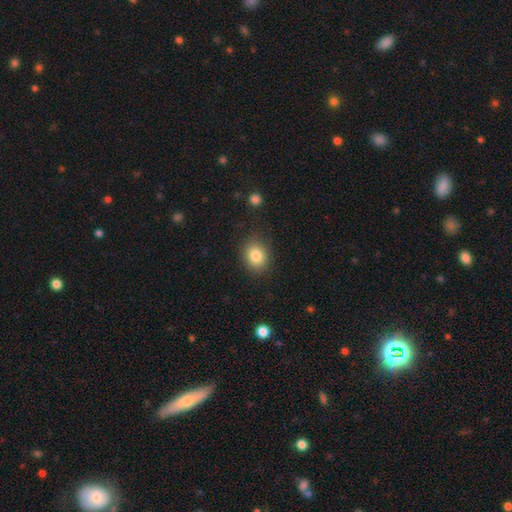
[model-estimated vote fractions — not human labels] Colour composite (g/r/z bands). It shows a smooth galaxy with no disk features (83%) that is round (58%). Merging: none (83%).